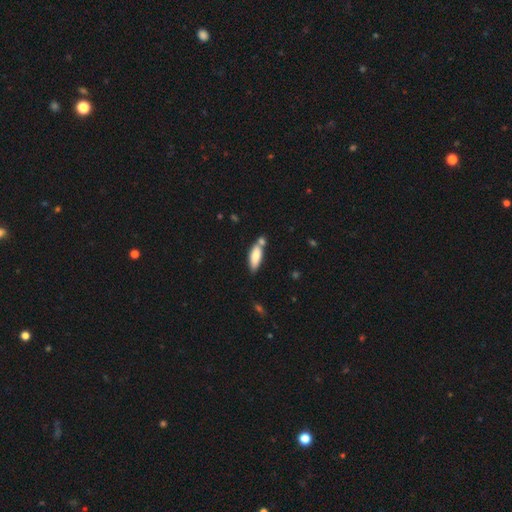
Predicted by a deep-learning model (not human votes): Smooth or featured?
  - smooth: 79% *
  - featured or disk: 15%
  - star or artifact: 6%
How rounded?
  - in between: 60% *
  - cigar-shaped: 39%
  - round: 2%
Merging?
  - none: 58% *
  - merger: 22%
  - minor disturbance: 16%
  - major disturbance: 4%